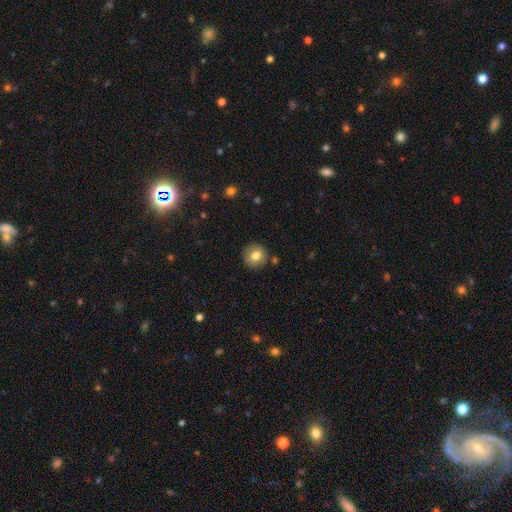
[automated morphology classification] This appears to be a smooth galaxy with no disk features (78%) that is round (90%). Merging: none (86%).